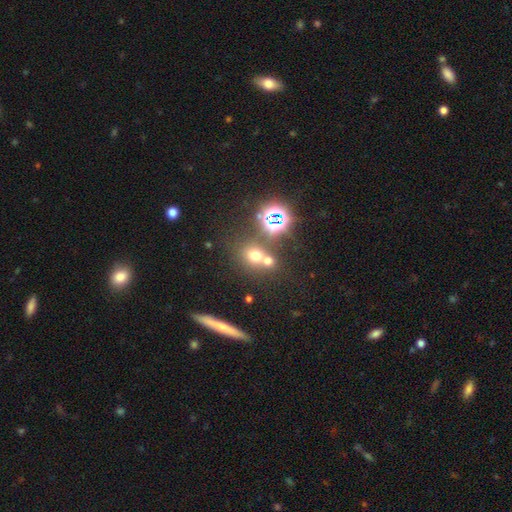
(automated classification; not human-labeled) This appears to be a smooth galaxy with no disk features (58%) that is round (75%). Merging: none (50%).